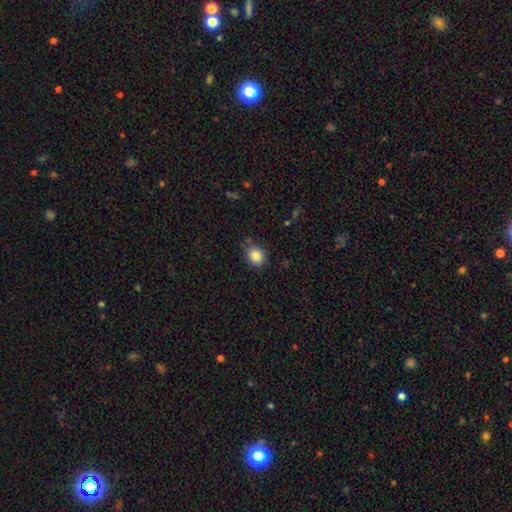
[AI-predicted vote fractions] This is clearly a smooth galaxy (85%). How rounded: likely round (69%). Merging: likely none (76%).